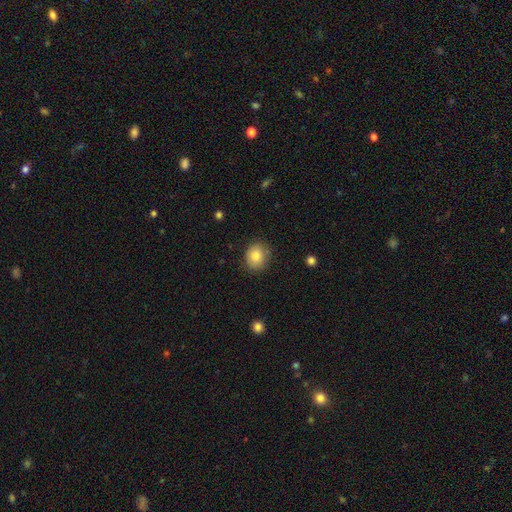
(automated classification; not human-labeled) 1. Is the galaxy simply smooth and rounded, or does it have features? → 84% smooth, 8% star or artifact, 8% featured or disk.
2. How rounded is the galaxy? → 65% round, 34% in between, 1% cigar-shaped.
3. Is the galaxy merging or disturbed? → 83% none, 13% minor disturbance, 3% major disturbance, 1% merger.